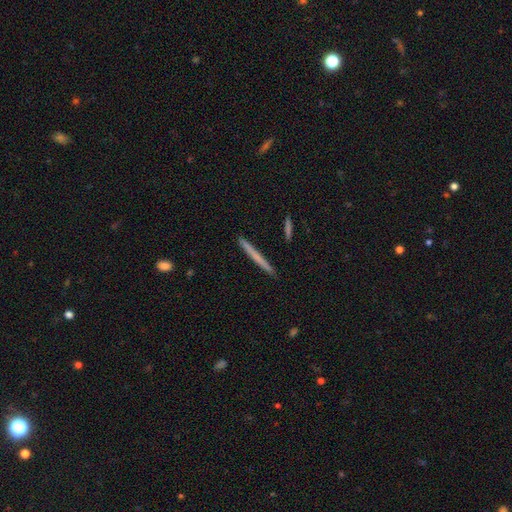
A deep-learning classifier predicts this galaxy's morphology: Q: Smooth or featured?
A: smooth (54%); runner-up: featured or disk (41%)
Q: How rounded?
A: cigar-shaped (97%); runner-up: in between (2%)
Q: Merging?
A: none (92%); runner-up: minor disturbance (5%)